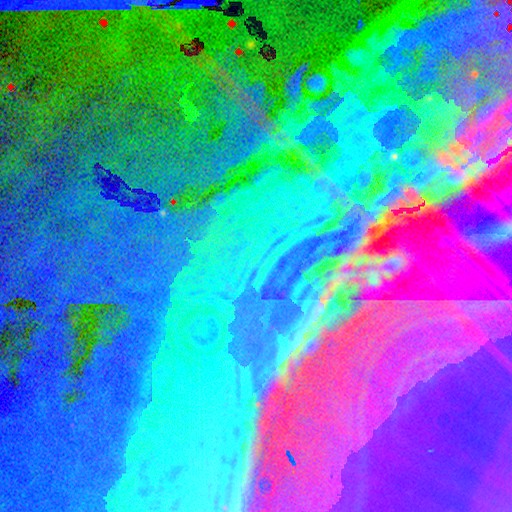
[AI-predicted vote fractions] Smooth or featured? Predicted: star or artifact (p=0.87).